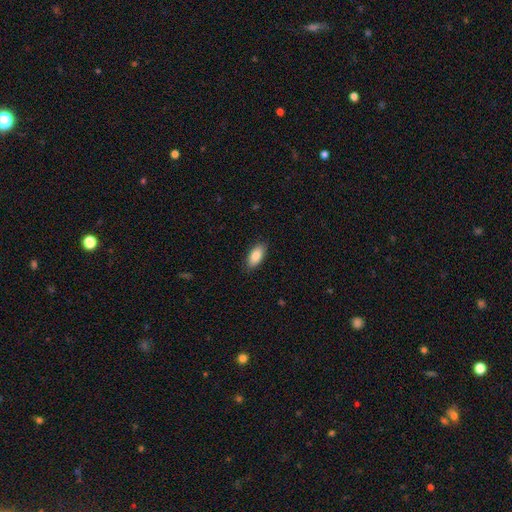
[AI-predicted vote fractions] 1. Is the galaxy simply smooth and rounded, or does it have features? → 86% smooth, 7% featured or disk, 6% star or artifact.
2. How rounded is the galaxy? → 91% in between, 6% cigar-shaped, 2% round.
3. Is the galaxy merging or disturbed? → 87% none, 9% minor disturbance, 2% major disturbance, 1% merger.